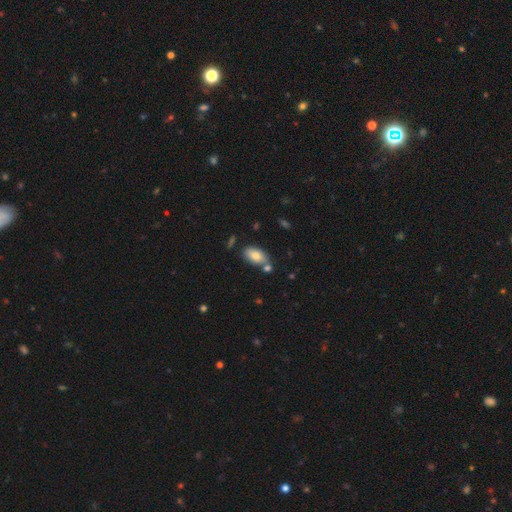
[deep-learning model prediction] Smooth or featured: smooth — 80% (featured or disk — 12%)
How rounded: in between — 92% (round — 4%)
Merging: none — 66% (merger — 15%)